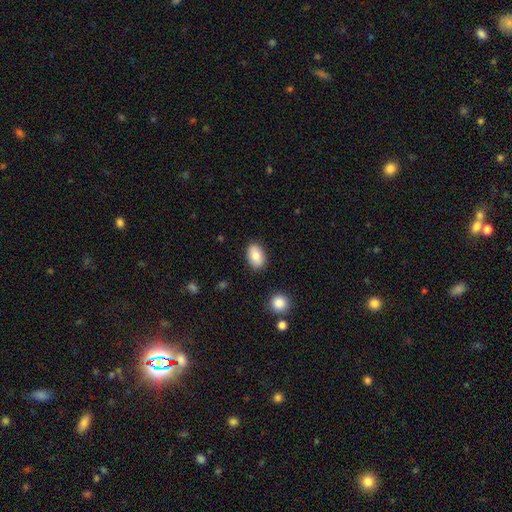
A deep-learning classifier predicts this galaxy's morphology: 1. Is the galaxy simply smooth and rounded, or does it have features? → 84% smooth, 9% featured or disk, 7% star or artifact.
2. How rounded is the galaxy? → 88% in between, 10% round, 1% cigar-shaped.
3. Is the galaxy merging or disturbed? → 87% none, 9% minor disturbance, 2% major disturbance, 2% merger.